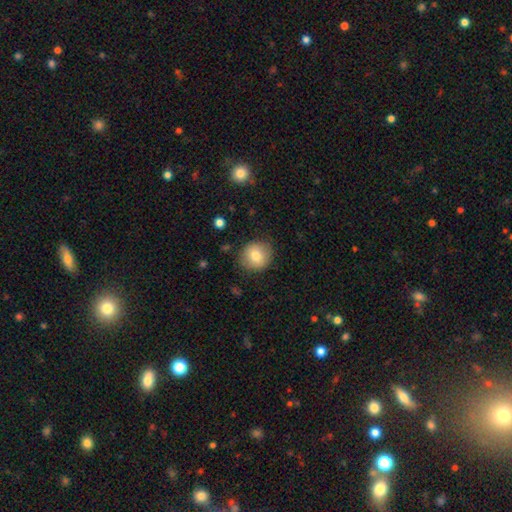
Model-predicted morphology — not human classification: A smooth galaxy with no disk features (78%) that is round (86%). Merging: none (84%).